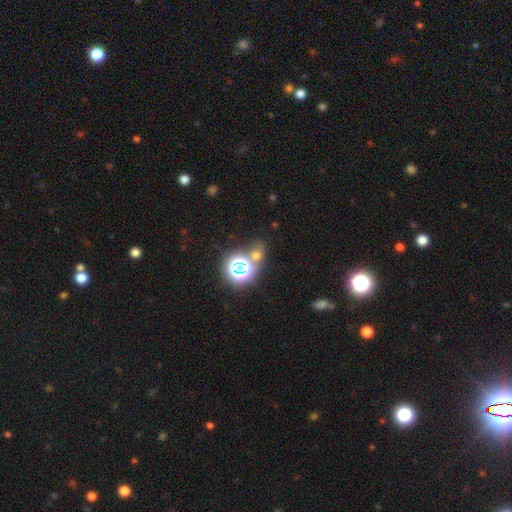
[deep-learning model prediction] Smooth or featured? Predicted: smooth (p=0.46). Merging? Predicted: none (p=0.57).